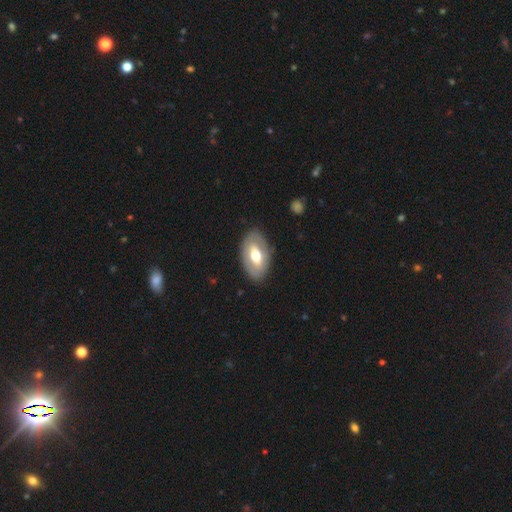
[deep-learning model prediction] A featured or disk galaxy (48%).

Vote fractions:
- Smooth or featured? featured or disk: 48% / smooth: 46% / star or artifact: 5%
- Merging? none: 83% / minor disturbance: 12% / major disturbance: 4% / merger: 1%